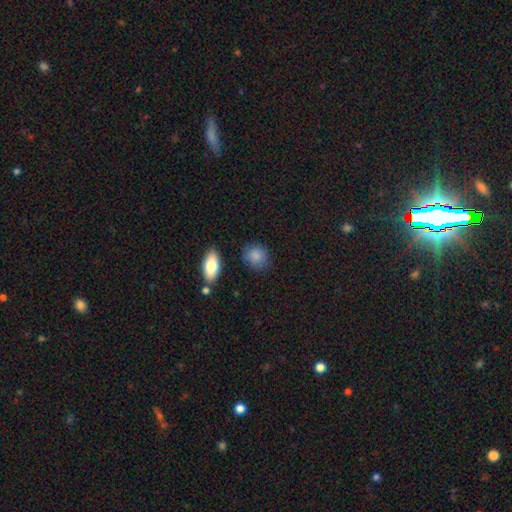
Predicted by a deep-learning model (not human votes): smooth_or_featured: smooth (p=0.86) [alt: star or artifact p=0.07]
how_rounded: round (p=0.66) [alt: in between p=0.32]
merging: none (p=0.79) [alt: minor disturbance p=0.14]